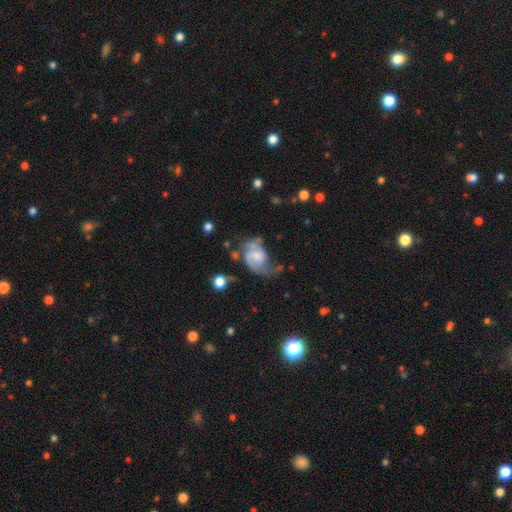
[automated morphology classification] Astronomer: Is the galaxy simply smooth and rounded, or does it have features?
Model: featured or disk — 70%.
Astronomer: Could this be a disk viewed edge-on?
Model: no — 98%.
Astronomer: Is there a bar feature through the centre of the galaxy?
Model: no — 66%.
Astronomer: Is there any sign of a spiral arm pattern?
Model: yes — 89%.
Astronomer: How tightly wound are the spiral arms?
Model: medium — 42% (runner-up: loose, 33%).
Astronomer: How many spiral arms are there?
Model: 2 — 49% (runner-up: 1, 37%).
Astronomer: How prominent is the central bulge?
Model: small — 37%, tied with moderate at 37%.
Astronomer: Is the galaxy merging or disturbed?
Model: major disturbance — 37% (runner-up: none, 31%).